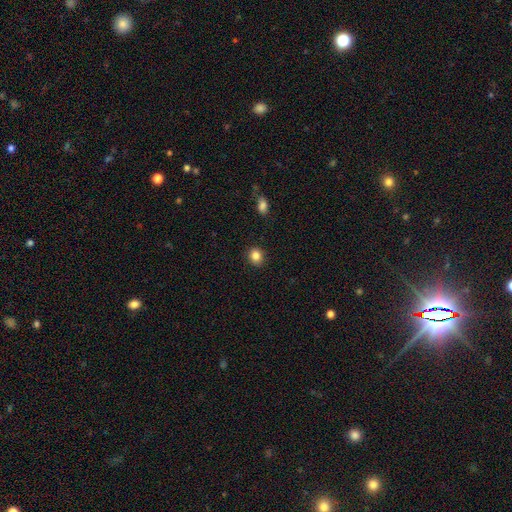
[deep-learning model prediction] This is clearly a smooth galaxy (84%). How rounded: likely round (78%). Merging: clearly none (90%).